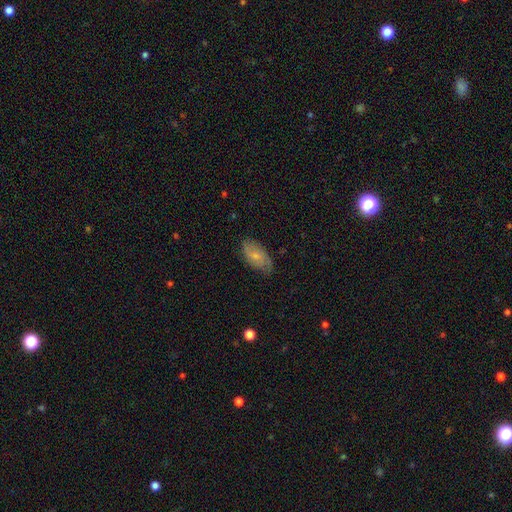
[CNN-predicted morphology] The model was most divided on "smooth or featured": smooth: 51%, featured or disk: 42%, star or artifact: 7%. More confident: how rounded — in between (92%); merging — none (69%).